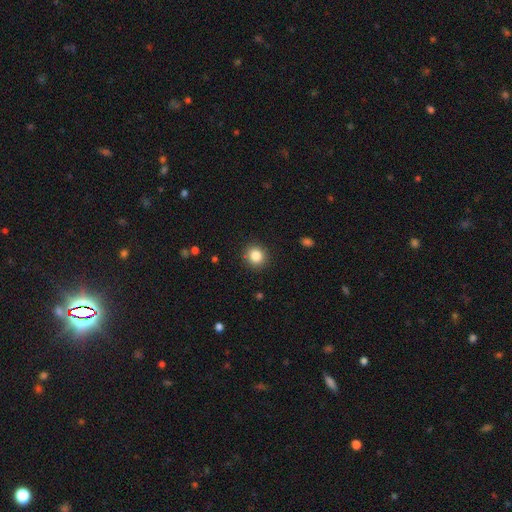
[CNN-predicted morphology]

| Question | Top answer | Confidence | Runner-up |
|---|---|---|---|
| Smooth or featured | smooth | 85% | star or artifact (10%) |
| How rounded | round | 88% | in between (11%) |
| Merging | none | 91% | minor disturbance (6%) |